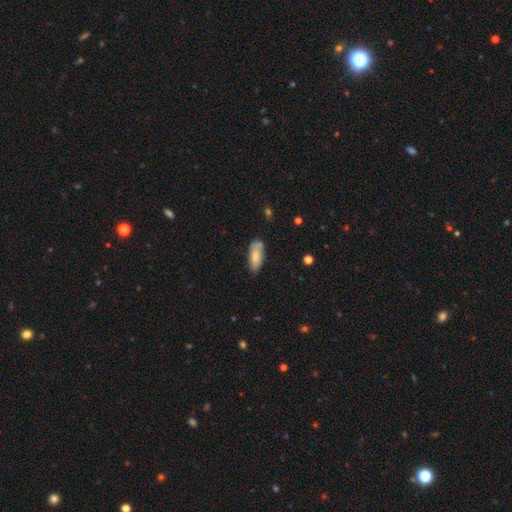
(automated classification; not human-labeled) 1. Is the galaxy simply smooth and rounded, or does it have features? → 74% smooth, 20% featured or disk, 7% star or artifact.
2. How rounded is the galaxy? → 80% in between, 18% cigar-shaped, 2% round.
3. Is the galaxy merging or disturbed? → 61% none, 27% minor disturbance, 6% merger, 6% major disturbance.